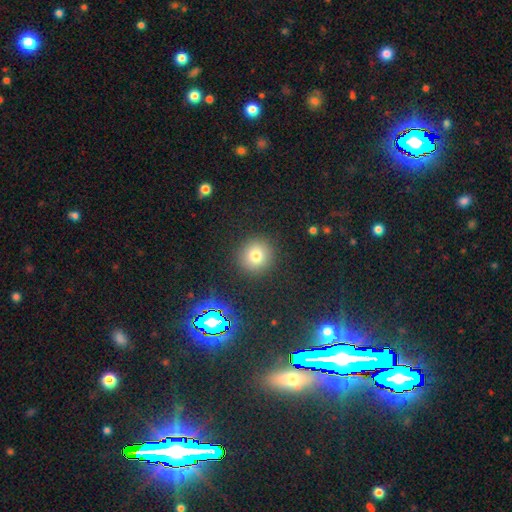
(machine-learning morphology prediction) Smooth or featured? Predicted: smooth (p=0.75). How rounded? Predicted: round (p=0.92). Merging? Predicted: none (p=0.90).